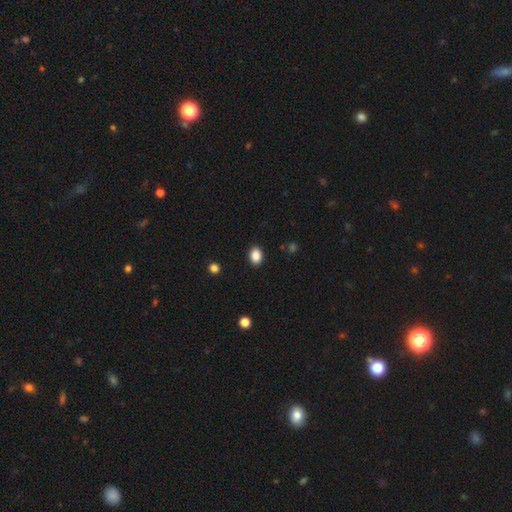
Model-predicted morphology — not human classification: Smooth or featured: smooth — 88% (star or artifact — 9%)
How rounded: in between — 70% (round — 30%)
Merging: none — 90% (minor disturbance — 7%)